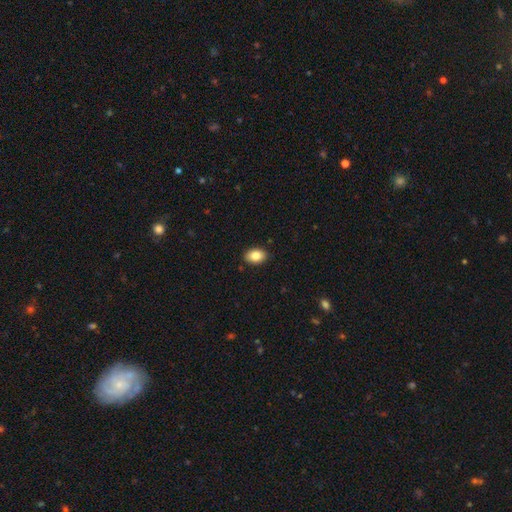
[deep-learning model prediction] A smooth galaxy with no disk features (84%) that is in between round and cigar-shaped (85%). Merging: none (89%).